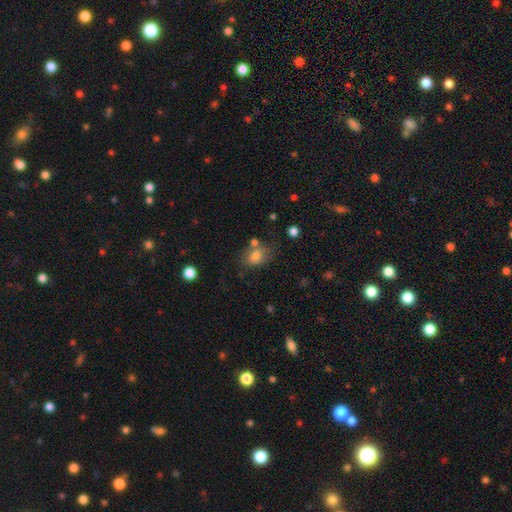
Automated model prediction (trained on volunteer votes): This is likely a smooth galaxy (76%). How rounded: likely in between (69%). Merging: possibly none (58%).